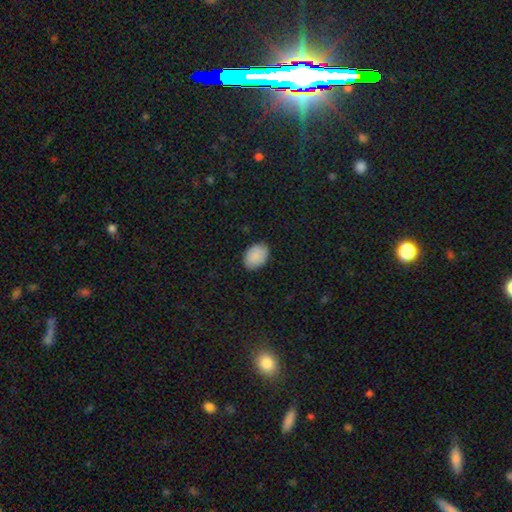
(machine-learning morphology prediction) Smooth or featured: smooth — 90% (star or artifact — 7%)
How rounded: in between — 80% (round — 19%)
Merging: none — 86% (minor disturbance — 11%)